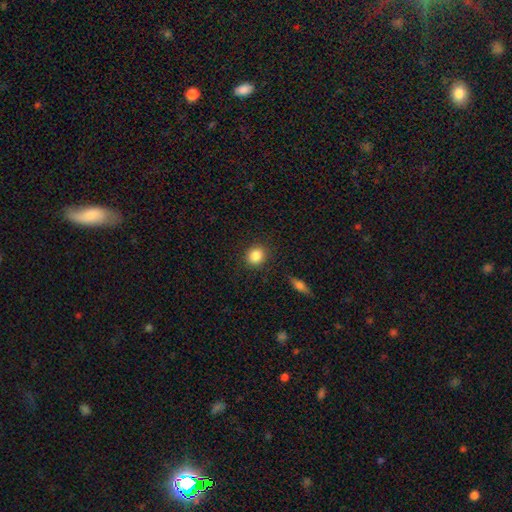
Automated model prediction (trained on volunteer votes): The model was most divided on "how rounded": round: 79%, in between: 20%, cigar-shaped: 1%. More confident: merging — none (89%); smooth or featured — smooth (86%).